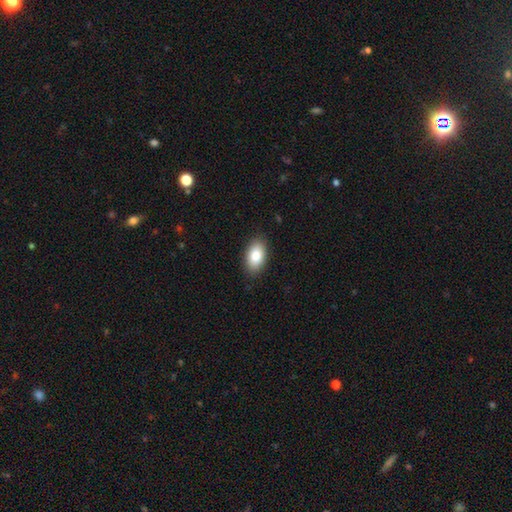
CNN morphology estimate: smooth 86%, featured or disk 7%, star or artifact 7%. Down the decision tree: how rounded — in between (94%); merging — none (87%).